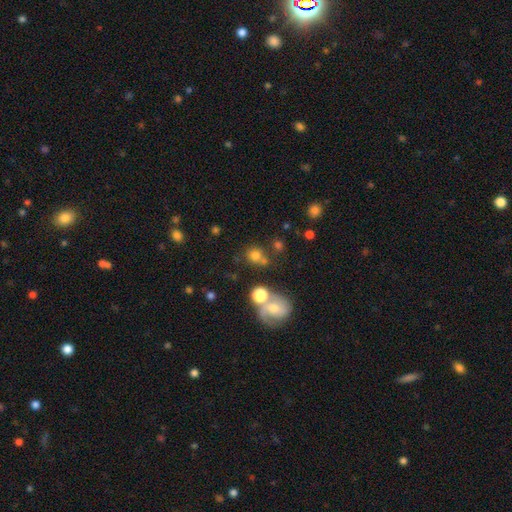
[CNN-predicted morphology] smooth 72%, star or artifact 14%, featured or disk 14%. Down the decision tree: how rounded — round (85%); merging — none (58%).